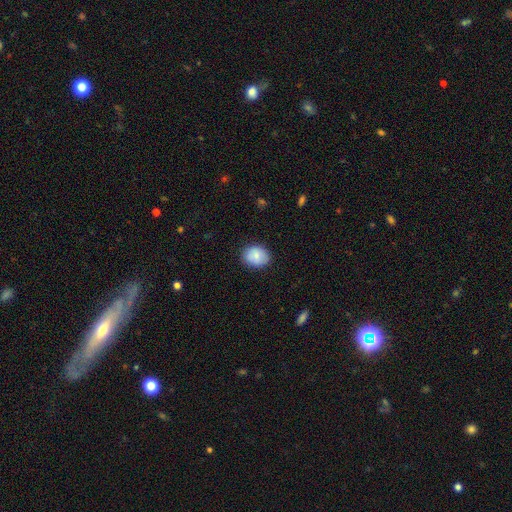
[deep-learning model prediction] Smooth or featured? smooth (80%)
How rounded? in between (50%)
Merging? none (83%)